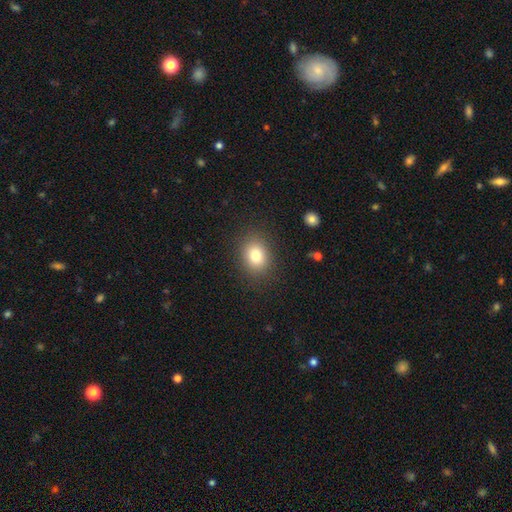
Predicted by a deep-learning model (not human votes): A smooth galaxy with no disk features (80%) that is round (52%). Merging: none (87%).